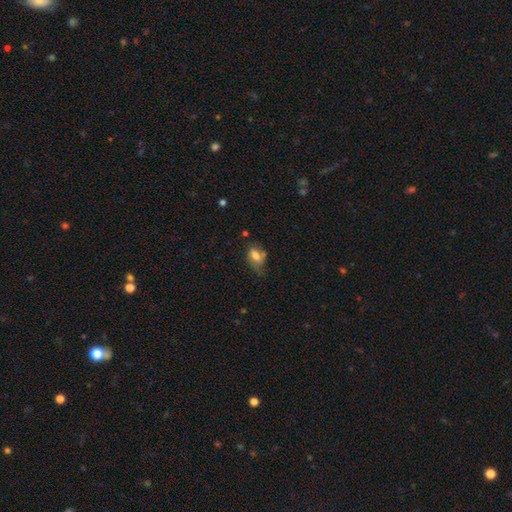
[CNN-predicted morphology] Smooth or featured? Predicted: smooth (p=0.68). How rounded? Predicted: in between (p=0.83). Merging? Predicted: none (p=0.37).